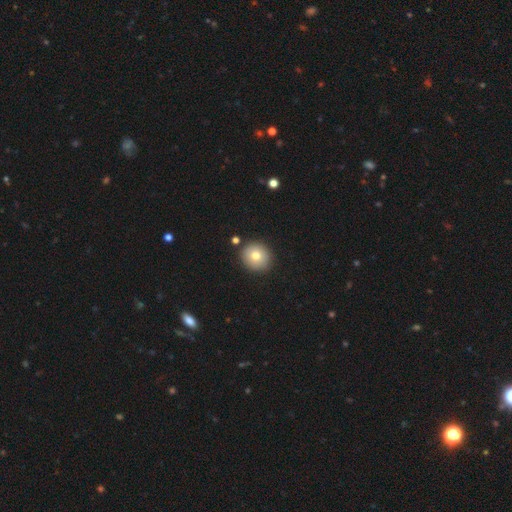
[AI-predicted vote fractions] A smooth galaxy with no disk features (77%) that is round (88%).

Vote fractions:
- Smooth or featured? smooth: 77% / featured or disk: 13% / star or artifact: 10%
- How rounded? round: 88% / in between: 11% / cigar-shaped: 1%
- Merging? none: 87% / minor disturbance: 7% / merger: 3% / major disturbance: 2%